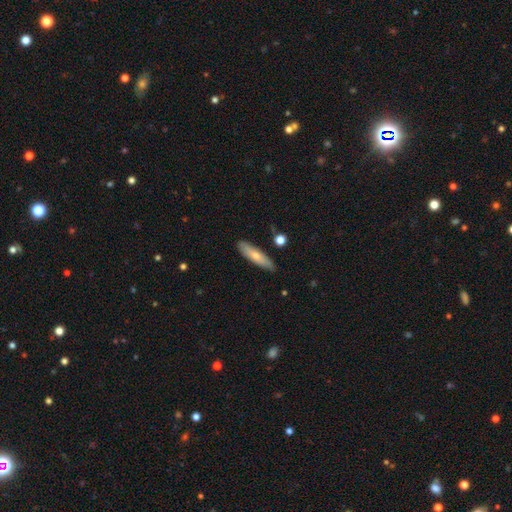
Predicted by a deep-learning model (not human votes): Morphology: type=smooth (67%); roundness=cigar-shaped (72%); merging=none (85%).